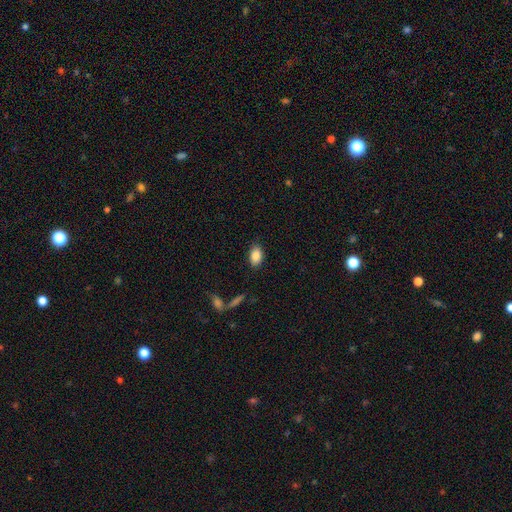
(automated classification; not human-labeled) Smooth or featured? Predicted: smooth (p=0.87). How rounded? Predicted: in between (p=0.92). Merging? Predicted: none (p=0.85).